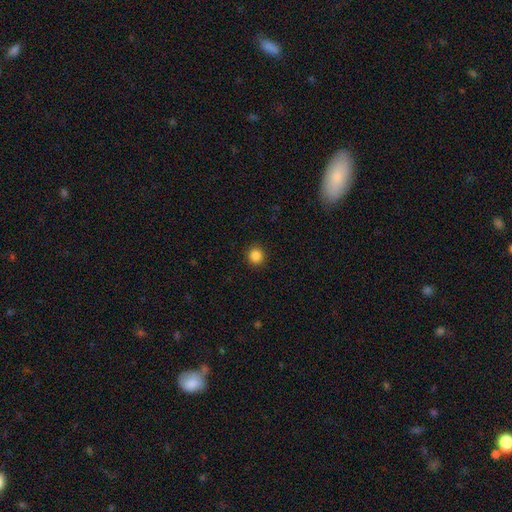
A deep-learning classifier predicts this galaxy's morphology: The model was most divided on "smooth or featured": smooth: 86%, star or artifact: 11%, featured or disk: 3%. More confident: merging — none (92%); how rounded — round (91%).